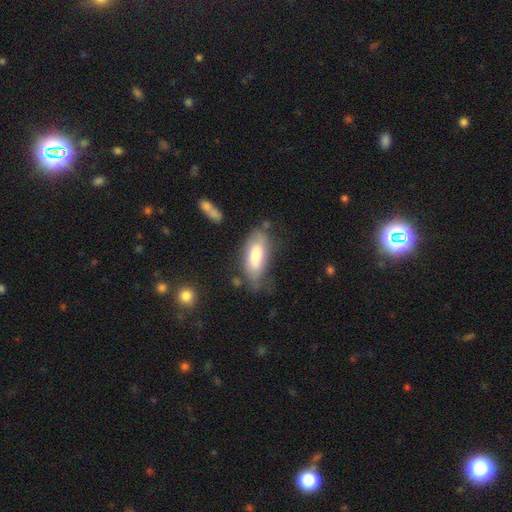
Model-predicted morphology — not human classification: smooth-or-featured: smooth: 74% | featured or disk: 19% | star or artifact: 6%
  how-rounded: in between: 78% | cigar-shaped: 20% | round: 2%
  merging: none: 54% | minor disturbance: 28% | major disturbance: 13% | merger: 5%